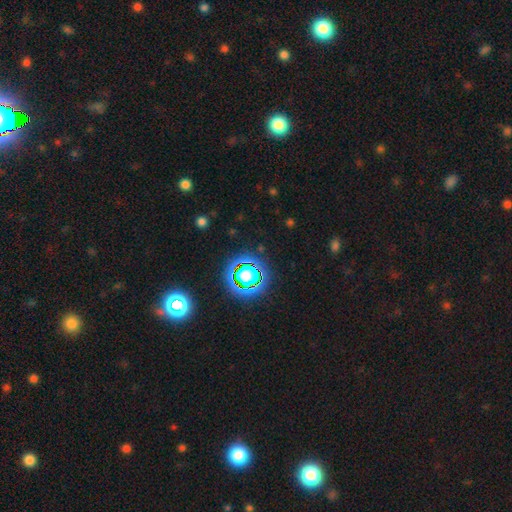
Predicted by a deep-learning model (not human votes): star or artifact 77%, smooth 16%, featured or disk 7%.